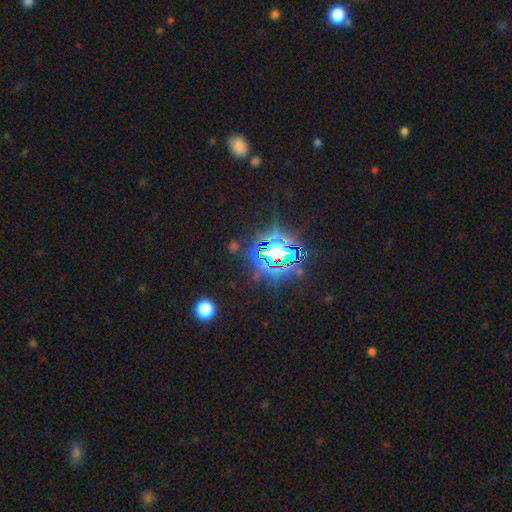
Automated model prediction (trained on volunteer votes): smooth_or_featured: star or artifact (p=0.79) [alt: smooth p=0.13]